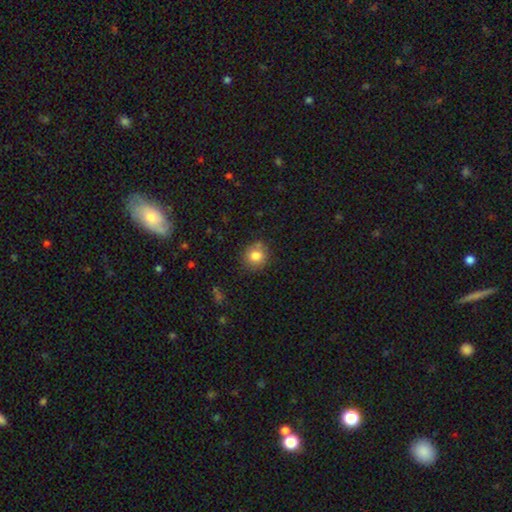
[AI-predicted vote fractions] A smooth galaxy with no disk features (82%) that is round (88%). Merging: none (81%).